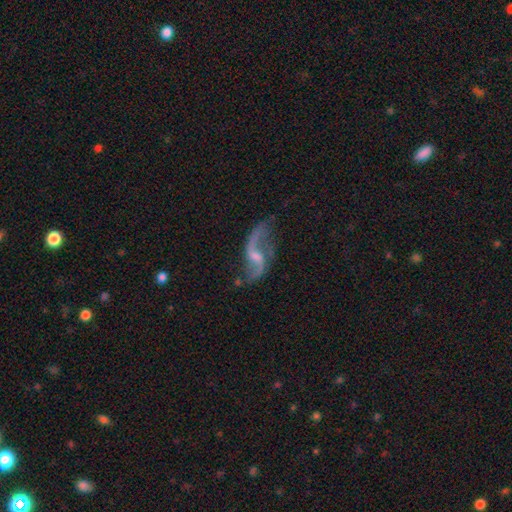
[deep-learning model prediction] smooth_or_featured: featured or disk (p=0.88) [alt: smooth p=0.06]
disk_edge_on: no (p=0.96) [alt: yes p=0.04]
bar: weak (p=0.50) [alt: no p=0.34]
has_spiral_arms: yes (p=0.95) [alt: no p=0.05]
spiral_winding: loose (p=0.88) [alt: medium p=0.10]
spiral_arm_count: 2 (p=0.92) [alt: 1 p=0.03]
bulge_size: small (p=0.47) [alt: moderate p=0.27]
merging: none (p=0.62) [alt: minor disturbance p=0.19]